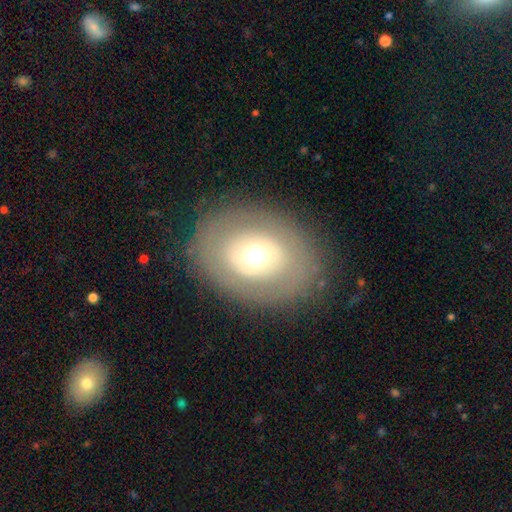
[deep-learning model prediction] This appears to be a featured or disk galaxy (47%). Merging: none (83%).